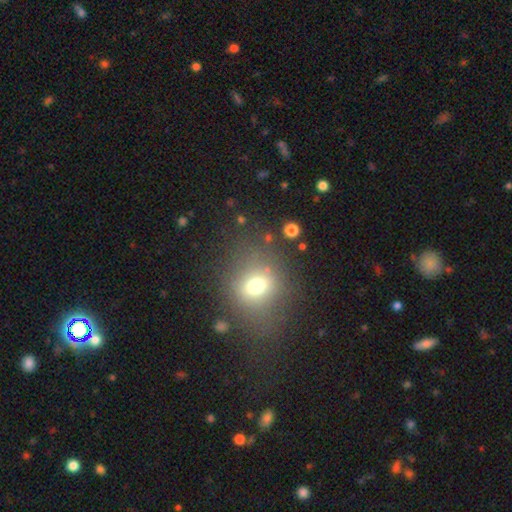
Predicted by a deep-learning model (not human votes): smooth 58%, star or artifact 28%, featured or disk 14%. Down the decision tree: how rounded — round (61%); merging — none (77%).